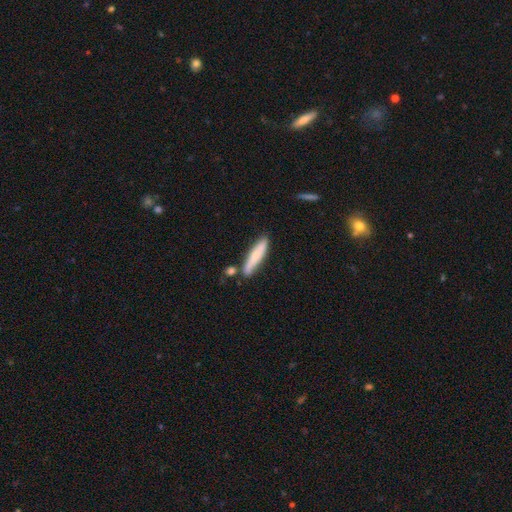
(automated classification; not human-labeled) Smooth or featured? Predicted: smooth (p=0.67). How rounded? Predicted: cigar-shaped (p=0.82). Merging? Predicted: none (p=0.72).